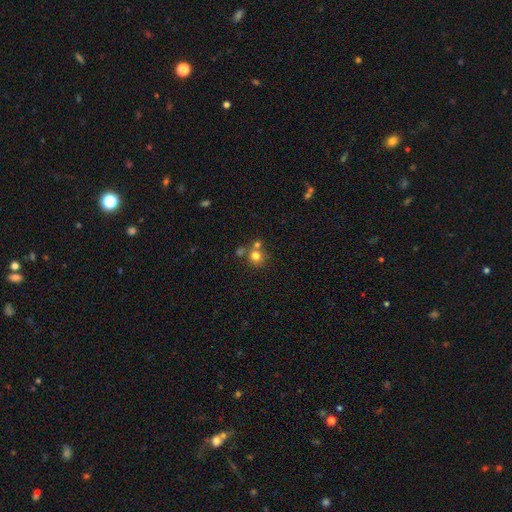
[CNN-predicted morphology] type=smooth (76%); roundness=round (87%); merging=none (57%).